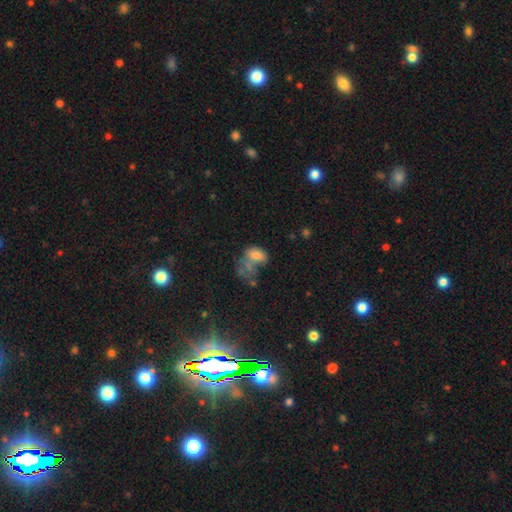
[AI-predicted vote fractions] A smooth galaxy with no disk features (64%) that is in between round and cigar-shaped (84%). Merging: major disturbance (44%).